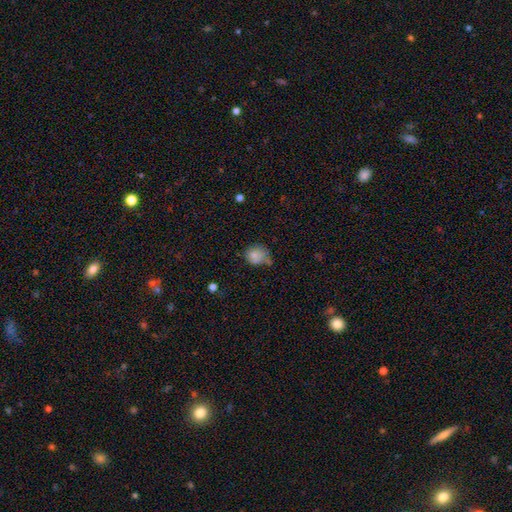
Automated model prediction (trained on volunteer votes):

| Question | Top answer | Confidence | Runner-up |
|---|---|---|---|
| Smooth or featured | smooth | 80% | star or artifact (10%) |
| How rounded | round | 78% | in between (21%) |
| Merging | none | 50% | minor disturbance (28%) |